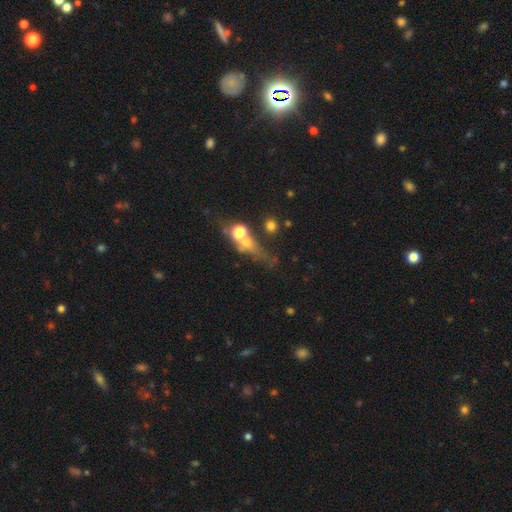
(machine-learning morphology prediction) type=smooth (40%); merging=none (45%).